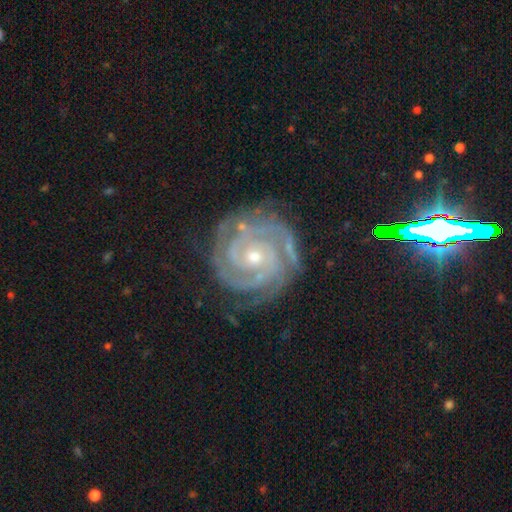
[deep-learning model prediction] This is clearly a featured or disk galaxy (92%). It is clearly not viewed edge-on (98%). Bar: likely no (69%). Spiral arm pattern: clearly yes (99%). Spiral arm count: marginally 2 (33%, tied with 3). Spiral winding: clearly tight (84%). Central bulge: possibly small (59%). Merging: likely none (78%).